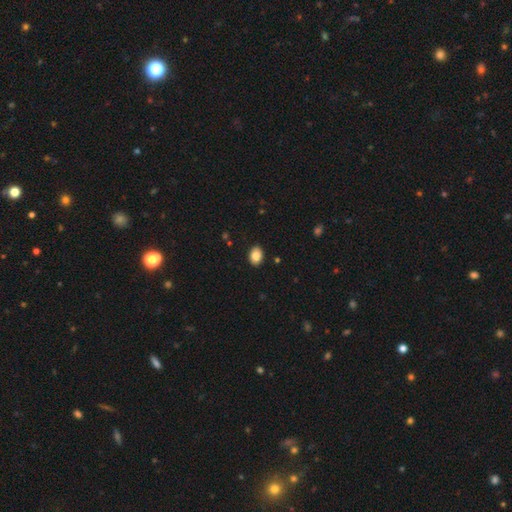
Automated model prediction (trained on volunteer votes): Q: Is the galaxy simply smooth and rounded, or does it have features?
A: smooth — 86%.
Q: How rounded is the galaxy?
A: in between — 75%.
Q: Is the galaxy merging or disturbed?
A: none — 90%.